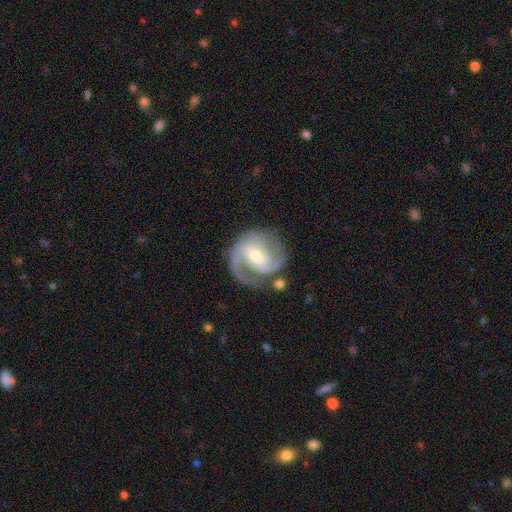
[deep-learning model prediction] smooth-or-featured: featured or disk: 88% | smooth: 7% | star or artifact: 5%
  disk-edge-on: no: 98% | yes: 2%
    bar: weak: 50% | strong: 29% | no: 21%
    has-spiral-arms: yes: 97% | no: 3%
      spiral-winding: medium: 46% | tight: 44% | loose: 11%
      spiral-arm-count: 2: 67% | 3: 16% | can't tell: 8% | 1: 5% | 4: 2% | more than 4: 2%
    bulge-size: moderate: 56% | small: 39% | large: 3% | none: 1% | dominant: 1%
  merging: none: 70% | minor disturbance: 17% | major disturbance: 9% | merger: 4%